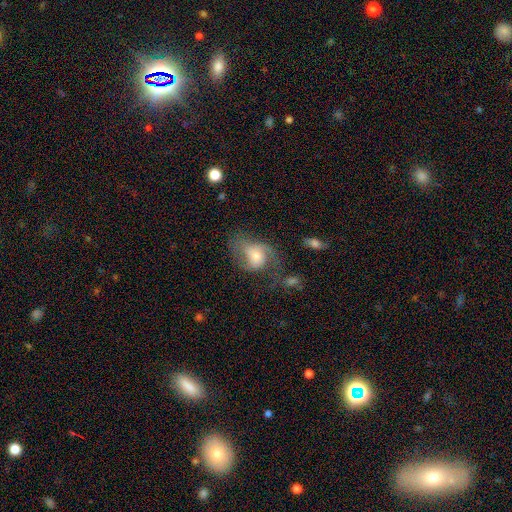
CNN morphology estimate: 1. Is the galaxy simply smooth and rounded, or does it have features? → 60% featured or disk, 31% smooth, 8% star or artifact.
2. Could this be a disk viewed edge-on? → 96% no, 4% yes.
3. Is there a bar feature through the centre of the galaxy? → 60% no, 32% weak, 8% strong.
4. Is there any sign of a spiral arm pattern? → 84% yes, 16% no.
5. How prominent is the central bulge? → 52% moderate, 36% small, 8% large, 3% none, 2% dominant.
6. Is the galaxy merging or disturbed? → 39% none, 31% major disturbance, 24% minor disturbance, 7% merger.